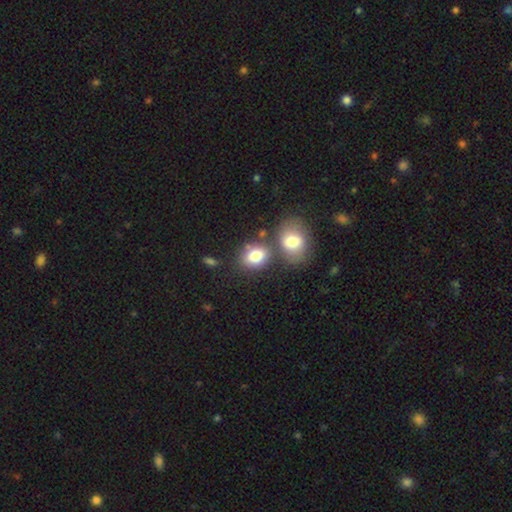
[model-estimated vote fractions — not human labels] This is likely a smooth galaxy (80%). How rounded: likely in between (63%). Merging: possibly none (54%).